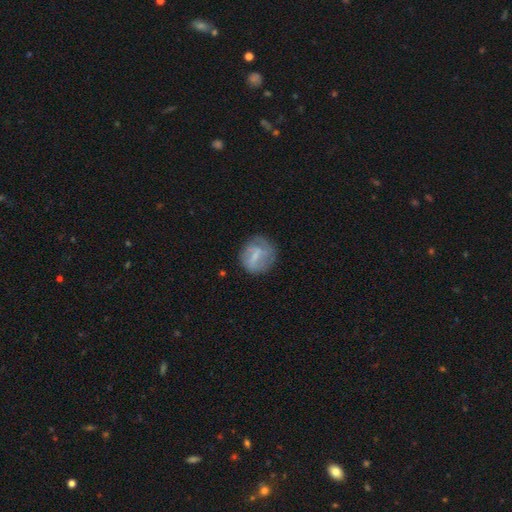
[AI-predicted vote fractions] featured or disk 48%, smooth 44%, star or artifact 8%. Down the decision tree: merging — none (63%).